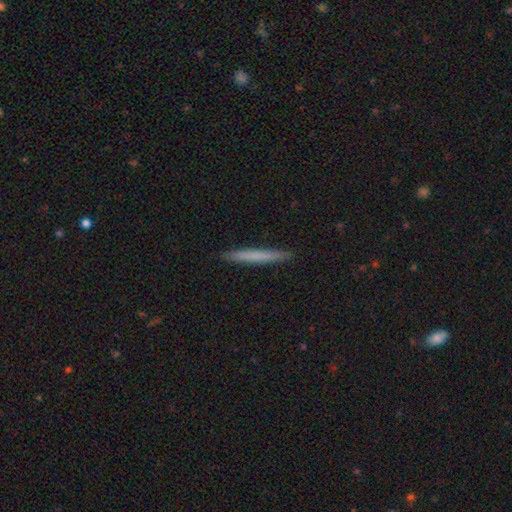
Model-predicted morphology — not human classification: Q: Smooth or featured?
A: smooth (67%); runner-up: featured or disk (27%)
Q: How rounded?
A: cigar-shaped (97%); runner-up: in between (2%)
Q: Merging?
A: none (92%); runner-up: minor disturbance (5%)